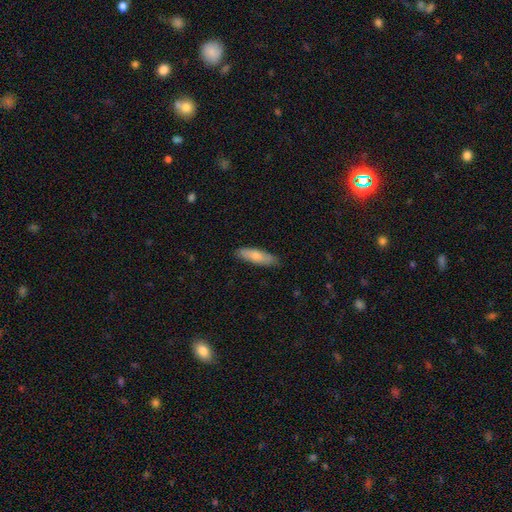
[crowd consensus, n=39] smooth_or_featured: smooth (p=0.69) [alt: featured or disk p=0.28]
how_rounded: in between (p=0.59) [alt: cigar-shaped p=0.37]
merging: none (p=0.84) [alt: minor disturbance p=0.05]